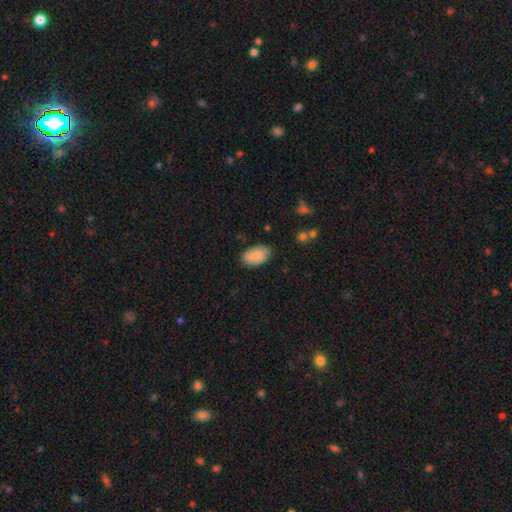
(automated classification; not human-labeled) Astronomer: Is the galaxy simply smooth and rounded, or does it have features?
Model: smooth — 79%.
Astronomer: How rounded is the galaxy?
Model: in between — 93%.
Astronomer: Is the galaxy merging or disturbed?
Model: none — 81%.